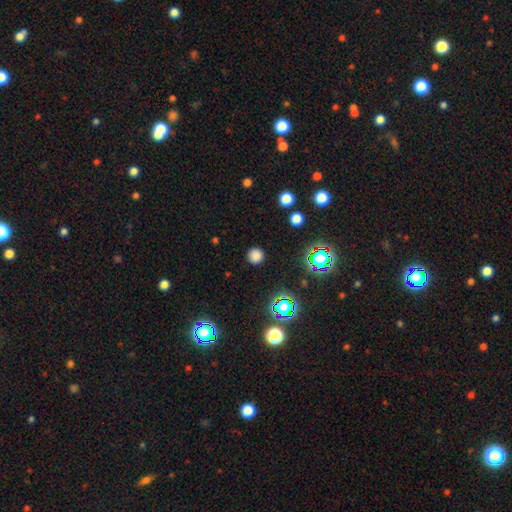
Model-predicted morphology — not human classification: smooth 76%, star or artifact 19%, featured or disk 5%. Down the decision tree: how rounded — round (94%); merging — none (89%).